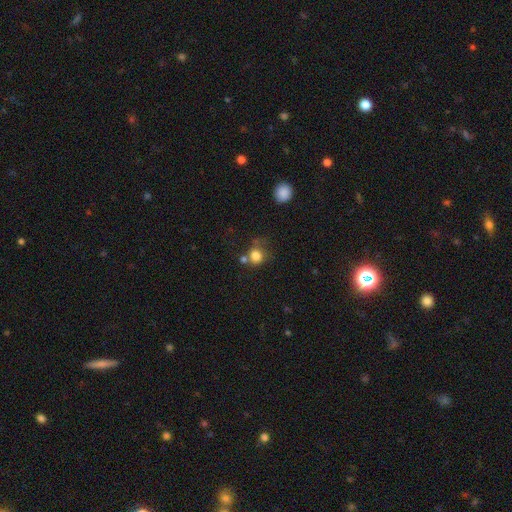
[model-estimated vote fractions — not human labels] smooth-or-featured: smooth: 80% | star or artifact: 12% | featured or disk: 8%
  how-rounded: round: 72% | in between: 27% | cigar-shaped: 1%
  merging: none: 50% | merger: 20% | minor disturbance: 20% | major disturbance: 10%